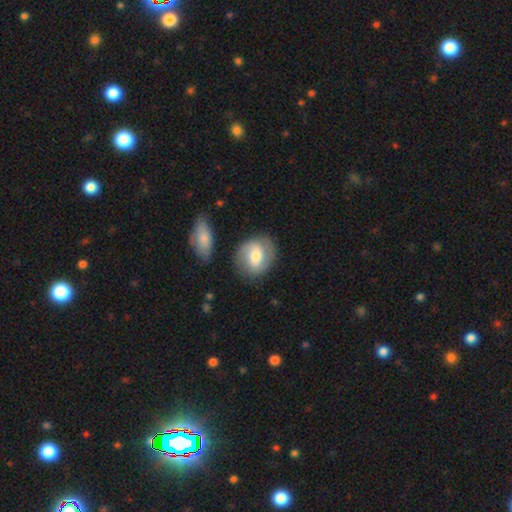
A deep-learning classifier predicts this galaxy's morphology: Smooth or featured: smooth — 49% (featured or disk — 44%)
Merging: none — 77% (minor disturbance — 14%)